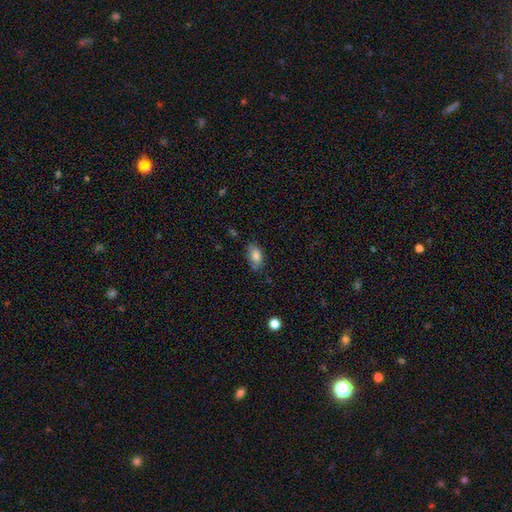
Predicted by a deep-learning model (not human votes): Smooth or featured?
  - smooth: 84% *
  - featured or disk: 9%
  - star or artifact: 8%
How rounded?
  - in between: 92% *
  - round: 5%
  - cigar-shaped: 3%
Merging?
  - none: 74% *
  - minor disturbance: 20%
  - major disturbance: 5%
  - merger: 2%